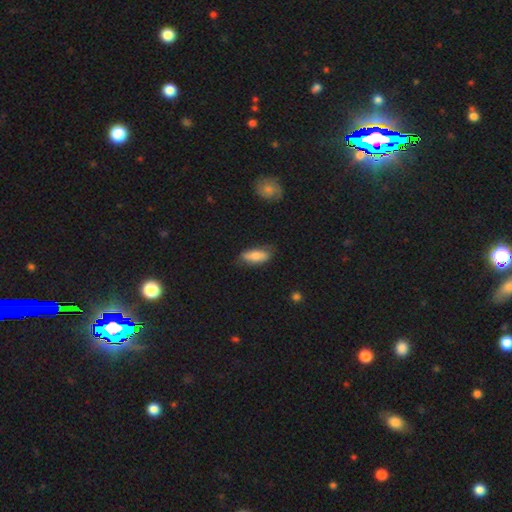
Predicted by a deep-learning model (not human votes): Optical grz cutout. It shows a smooth galaxy with no disk features (76%) that is in between round and cigar-shaped (78%). Merging: none (71%).